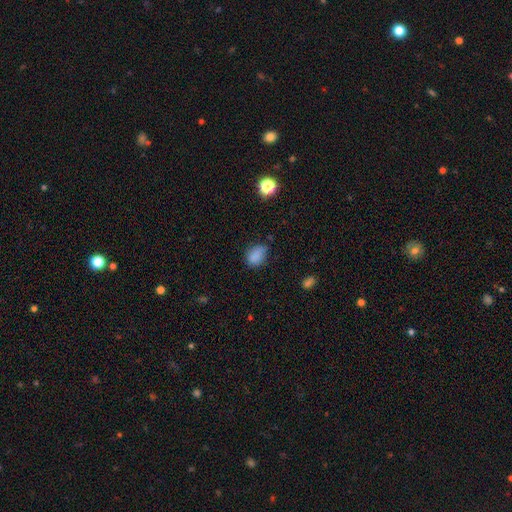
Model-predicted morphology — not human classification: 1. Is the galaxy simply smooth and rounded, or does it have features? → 83% smooth, 11% star or artifact, 6% featured or disk.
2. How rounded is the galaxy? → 67% in between, 31% round, 1% cigar-shaped.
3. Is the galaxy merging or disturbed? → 61% none, 30% minor disturbance, 7% major disturbance, 2% merger.